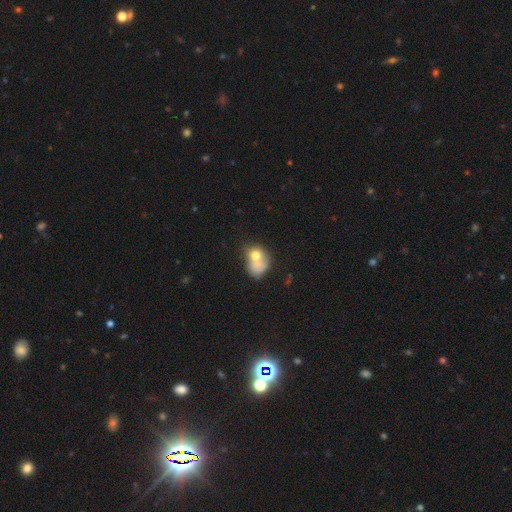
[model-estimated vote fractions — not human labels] Smooth or featured: smooth — 69% (featured or disk — 22%)
How rounded: in between — 53% (round — 46%)
Merging: merger — 51% (none — 22%)